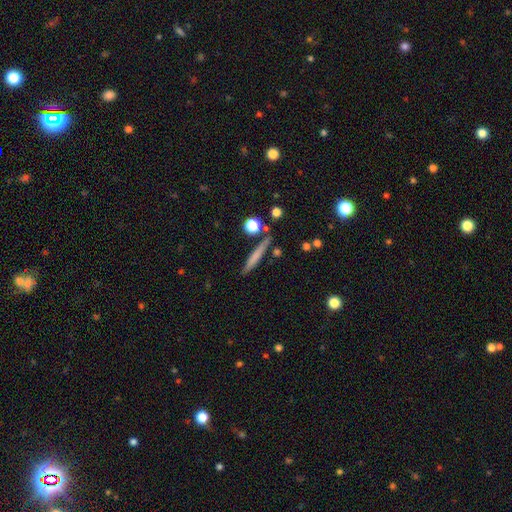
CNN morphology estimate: This appears to be a smooth galaxy with no disk features (64%) that is cigar-shaped (92%). Merging: none (81%).